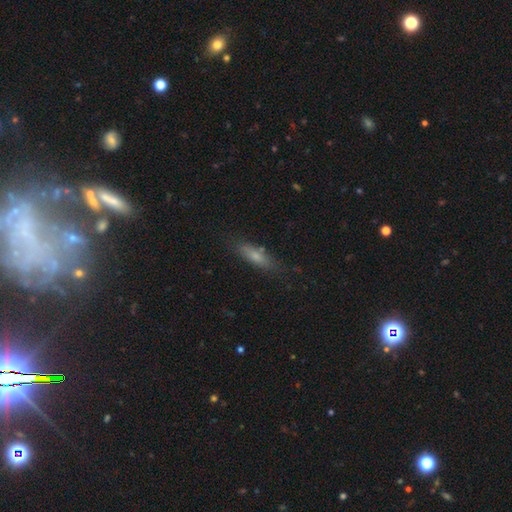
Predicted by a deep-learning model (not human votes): Morphology: type=smooth (69%); roundness=cigar-shaped (60%); merging=none (78%).